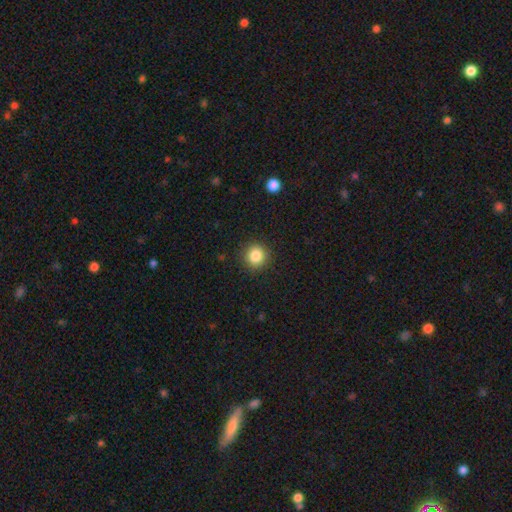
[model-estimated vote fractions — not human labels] Smooth or featured? smooth (85%)
How rounded? round (92%)
Merging? none (91%)